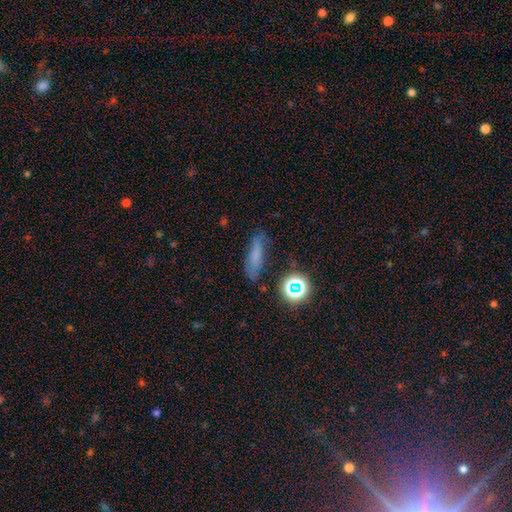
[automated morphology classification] smooth 62%, featured or disk 20%, star or artifact 18%. Down the decision tree: how rounded — cigar-shaped (60%); merging — none (73%).